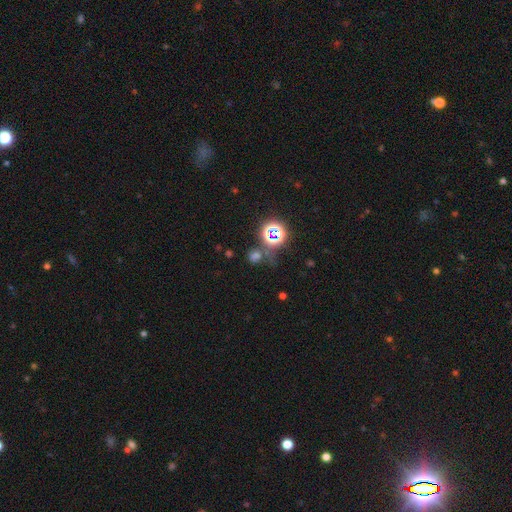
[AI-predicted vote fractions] A star or artifact, not a galaxy (54%).

Vote fractions:
- Smooth or featured? star or artifact: 54% / smooth: 38% / featured or disk: 8%